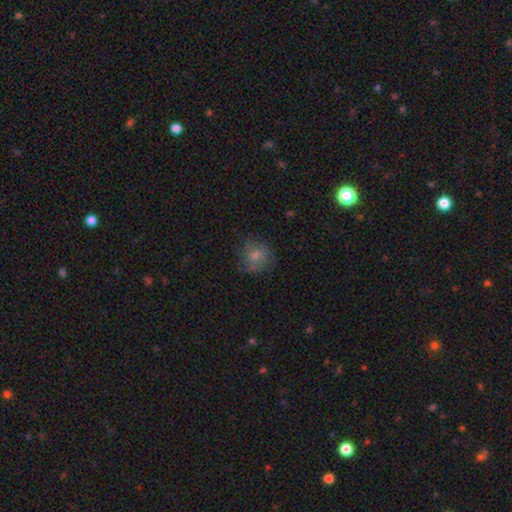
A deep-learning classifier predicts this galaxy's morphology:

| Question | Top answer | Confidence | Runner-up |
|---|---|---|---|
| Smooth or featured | smooth | 56% | featured or disk (33%) |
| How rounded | round | 75% | in between (24%) |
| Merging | none | 61% | minor disturbance (22%) |